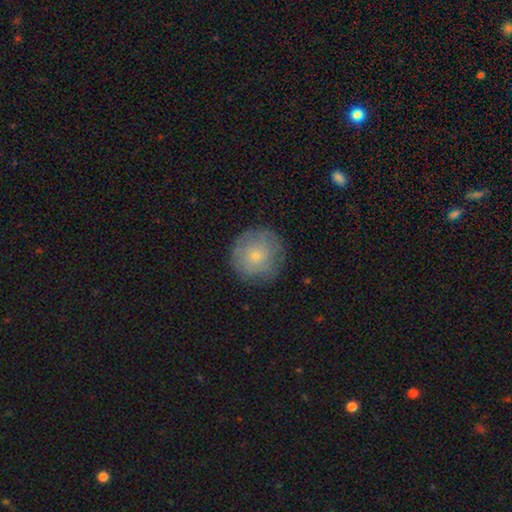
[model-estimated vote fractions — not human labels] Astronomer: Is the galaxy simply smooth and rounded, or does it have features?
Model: smooth — 66%.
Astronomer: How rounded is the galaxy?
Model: round — 94%.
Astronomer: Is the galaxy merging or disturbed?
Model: none — 79%.